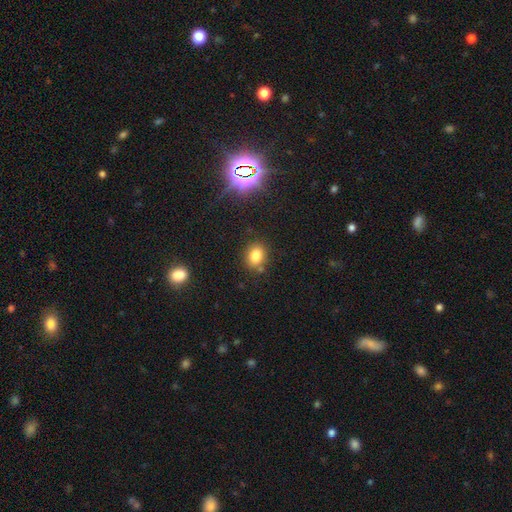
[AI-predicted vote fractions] Morphology: type=smooth (80%); roundness=in between (55%); merging=none (78%).